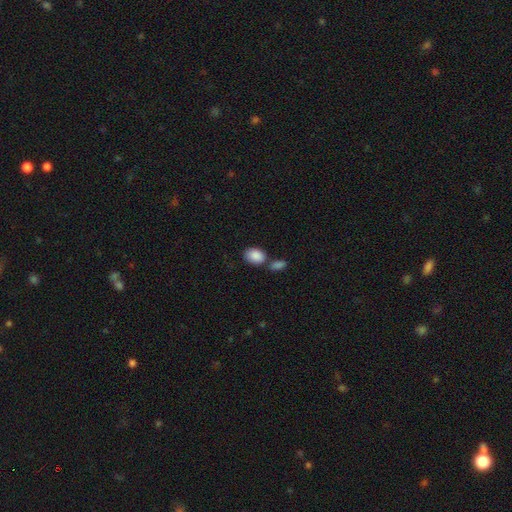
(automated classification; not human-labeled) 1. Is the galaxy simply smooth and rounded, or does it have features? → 88% smooth, 7% star or artifact, 5% featured or disk.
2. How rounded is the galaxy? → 77% in between, 22% round, 1% cigar-shaped.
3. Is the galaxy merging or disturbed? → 58% none, 26% merger, 12% minor disturbance, 4% major disturbance.